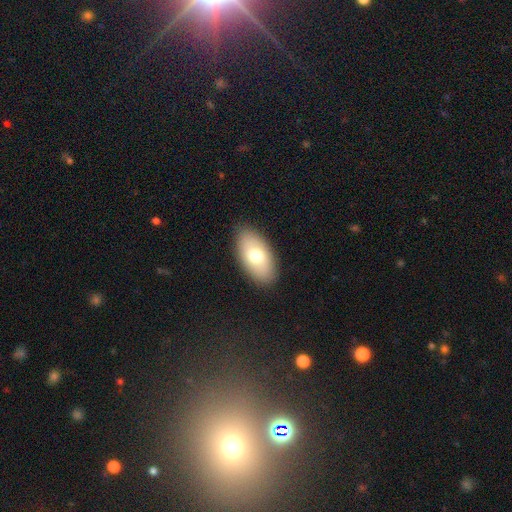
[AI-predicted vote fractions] This appears to be a smooth galaxy with no disk features (72%) that is in between round and cigar-shaped (94%). Merging: none (87%).